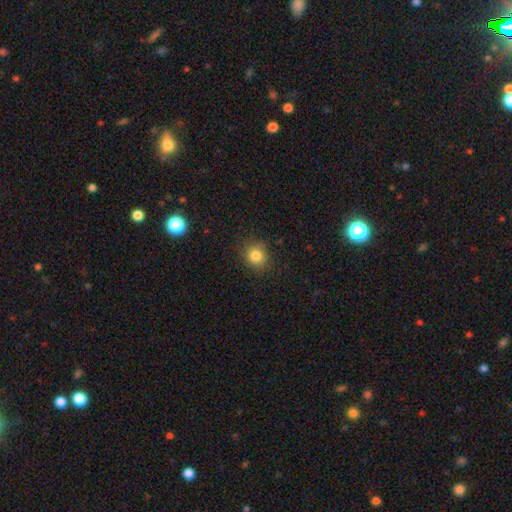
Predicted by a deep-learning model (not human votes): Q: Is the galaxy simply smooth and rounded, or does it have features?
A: smooth — 82%.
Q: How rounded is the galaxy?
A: round — 80%.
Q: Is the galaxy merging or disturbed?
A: none — 86%.